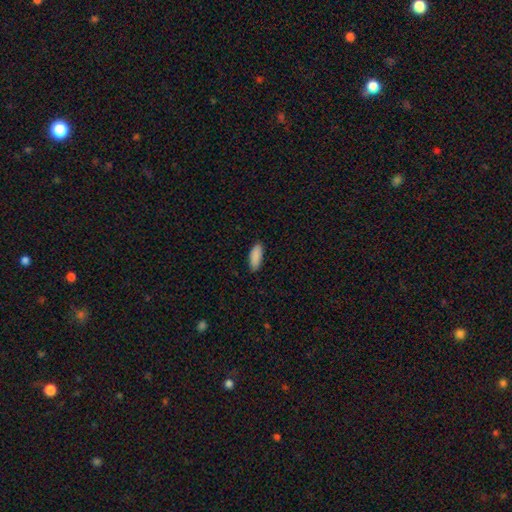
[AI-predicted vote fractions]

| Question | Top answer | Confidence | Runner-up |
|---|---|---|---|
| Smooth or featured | smooth | 90% | star or artifact (6%) |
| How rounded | in between | 76% | cigar-shaped (22%) |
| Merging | none | 85% | minor disturbance (12%) |